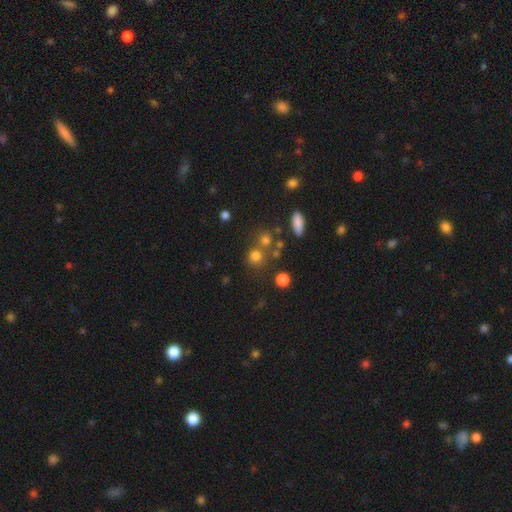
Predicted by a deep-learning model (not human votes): smooth_or_featured: smooth (p=0.73) [alt: star or artifact p=0.18]
how_rounded: round (p=0.84) [alt: in between p=0.15]
merging: none (p=0.63) [alt: merger p=0.22]